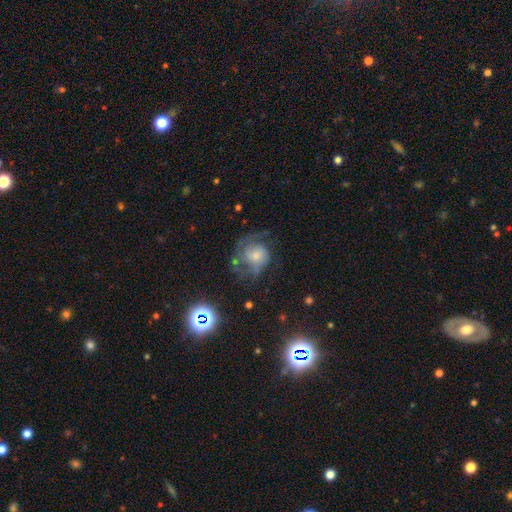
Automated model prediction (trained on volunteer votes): A featured or disk galaxy (65%) with no bar (75%), 2 (31%) medium (44%) spiral arms (84%) and a small central bulge (46%).

Vote fractions:
- Smooth or featured? featured or disk: 65% / smooth: 26% / star or artifact: 9%
- Edge-on disk? no: 98% / yes: 2%
- Bar? no: 75% / weak: 22% / strong: 3%
- Spiral arms? yes: 84% / no: 16%
- Spiral winding? medium: 44% / tight: 33% / loose: 23%
- Spiral arm count? 2: 31% / can't tell: 29% / 3: 18% / 1: 12% / 4: 5% / more than 4: 5%
- Bulge size? small: 46% / moderate: 36% / large: 8% / none: 7% / dominant: 2%
- Merging? none: 45% / major disturbance: 30% / minor disturbance: 21% / merger: 3%